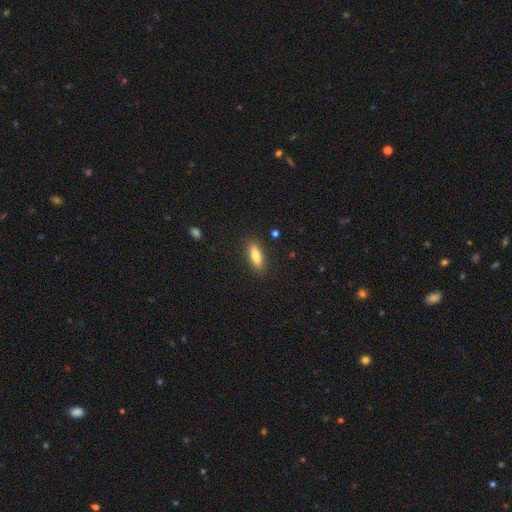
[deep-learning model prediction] Q: Smooth or featured?
A: smooth (80%); runner-up: featured or disk (13%)
Q: How rounded?
A: in between (65%); runner-up: cigar-shaped (33%)
Q: Merging?
A: none (87%); runner-up: minor disturbance (10%)